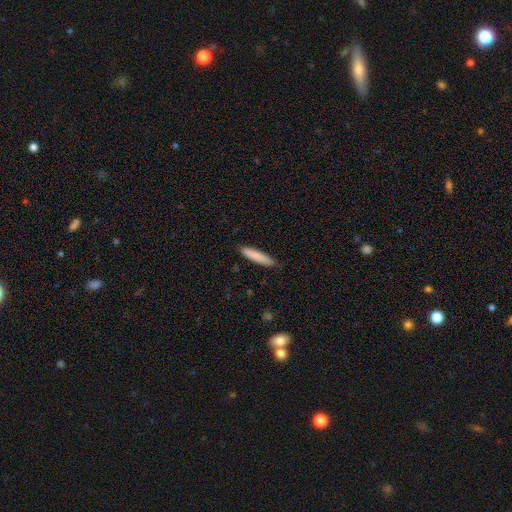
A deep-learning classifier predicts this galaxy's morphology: type=smooth (84%); roundness=cigar-shaped (85%); merging=none (85%).